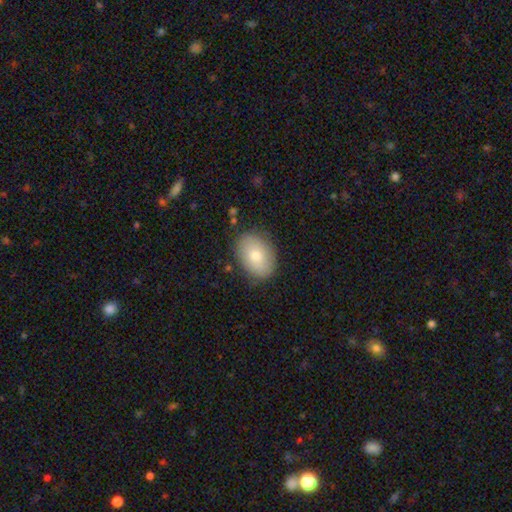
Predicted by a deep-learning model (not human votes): This is likely a smooth galaxy (76%). How rounded: likely in between (80%). Merging: clearly none (83%).